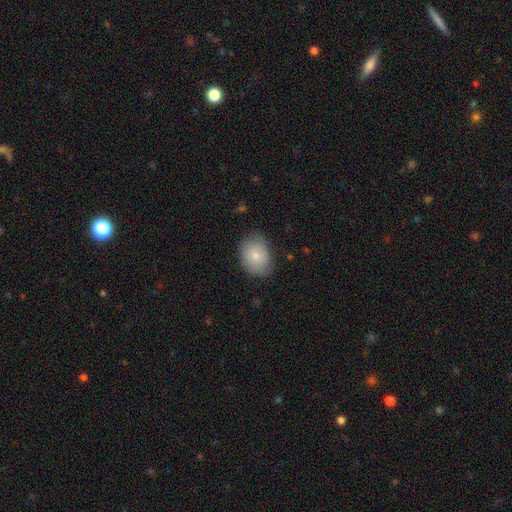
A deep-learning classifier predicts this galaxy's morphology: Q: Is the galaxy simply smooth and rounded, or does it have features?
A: smooth — 80%.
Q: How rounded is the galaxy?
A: in between — 68%.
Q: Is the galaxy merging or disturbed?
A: none — 75%.